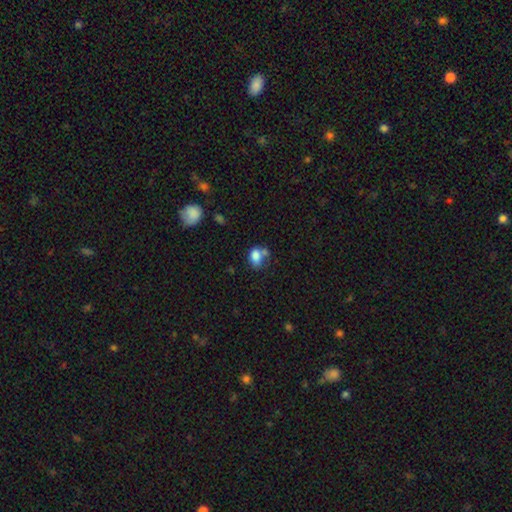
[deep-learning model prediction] Smooth or featured?
  - smooth: 80% *
  - star or artifact: 10%
  - featured or disk: 10%
How rounded?
  - in between: 78% *
  - round: 21%
  - cigar-shaped: 1%
Merging?
  - none: 38% *
  - merger: 35%
  - minor disturbance: 18%
  - major disturbance: 10%